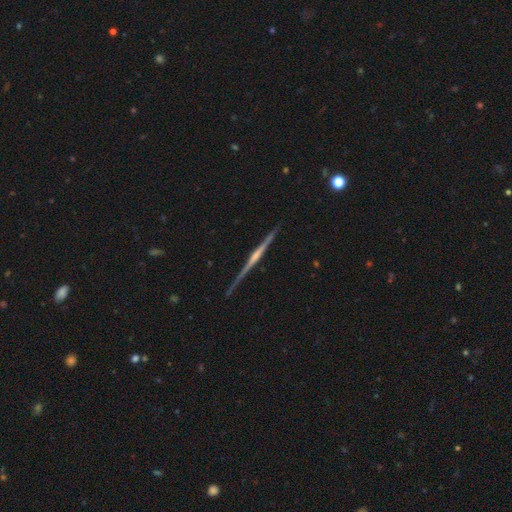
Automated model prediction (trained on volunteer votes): Q: Smooth or featured?
A: featured or disk (83%); runner-up: smooth (10%)
Q: Edge-on disk?
A: yes (98%); runner-up: no (2%)
Q: Edge-on bulge?
A: rounded (68%); runner-up: none (21%)
Q: Merging?
A: none (89%); runner-up: minor disturbance (8%)